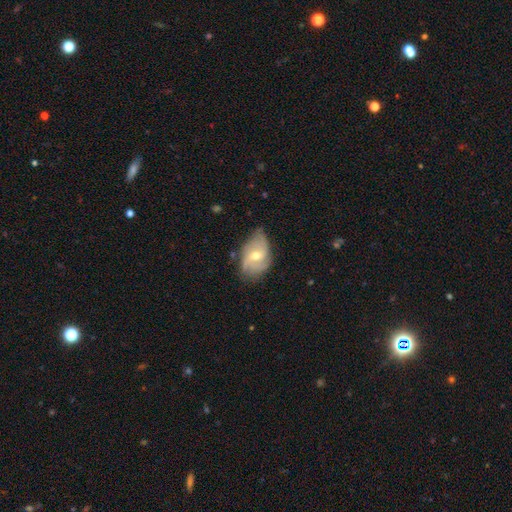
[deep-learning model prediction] A featured or disk galaxy (67%) with no bar (54%), 2 (34%) medium (43%) spiral arms (85%) and a moderate central bulge (66%).

Vote fractions:
- Smooth or featured? featured or disk: 67% / smooth: 26% / star or artifact: 7%
- Edge-on disk? no: 96% / yes: 4%
- Bar? no: 54% / weak: 38% / strong: 8%
- Spiral arms? yes: 85% / no: 15%
- Spiral winding? medium: 43% / tight: 30% / loose: 27%
- Spiral arm count? 2: 34% / 3: 27% / can't tell: 25% / 4: 6% / 1: 4% / more than 4: 3%
- Bulge size? moderate: 66% / small: 30% / large: 3% / none: 1% / dominant: 1%
- Merging? none: 59% / minor disturbance: 30% / major disturbance: 9% / merger: 2%